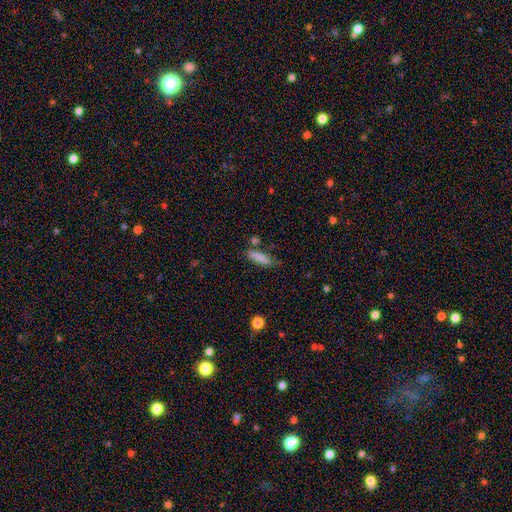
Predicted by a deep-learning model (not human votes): Smooth or featured? smooth (83%)
How rounded? cigar-shaped (68%)
Merging? none (69%)